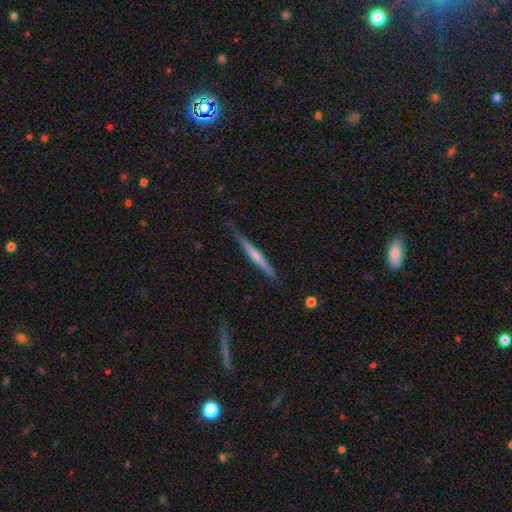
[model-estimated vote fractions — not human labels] smooth-or-featured: featured or disk: 56% | smooth: 38% | star or artifact: 6%
  disk-edge-on: yes: 97% | no: 3%
    edge-on-bulge: none: 48% | rounded: 45% | boxy: 8%
  merging: none: 79% | minor disturbance: 16% | major disturbance: 3% | merger: 2%